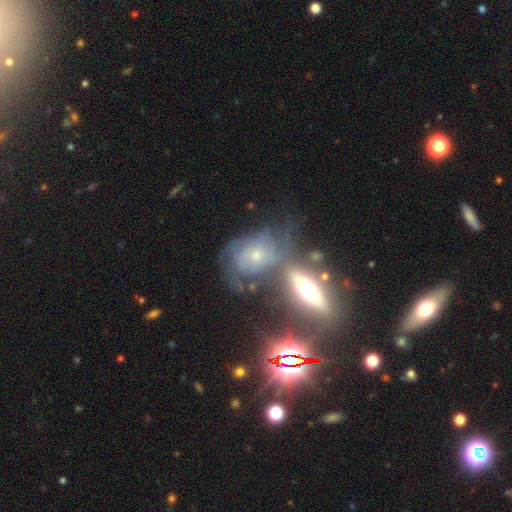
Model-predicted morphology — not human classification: smooth_or_featured: featured or disk (p=0.65) [alt: smooth p=0.24]
disk_edge_on: no (p=0.88) [alt: yes p=0.12]
bar: no (p=0.76) [alt: weak p=0.18]
has_spiral_arms: yes (p=0.72) [alt: no p=0.28]
bulge_size: small (p=0.63) [alt: moderate p=0.28]
merging: none (p=0.35) [alt: merger p=0.34]